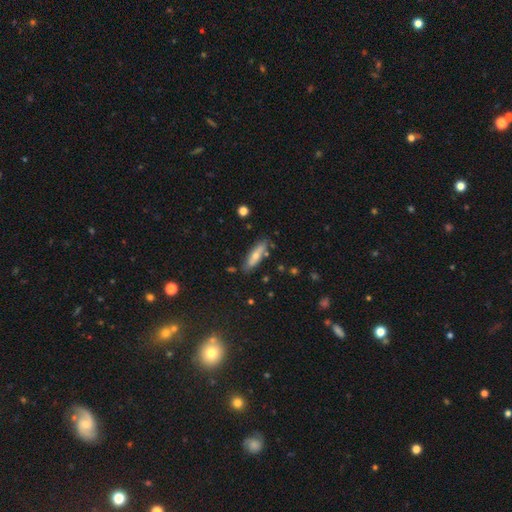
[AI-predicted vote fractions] The model was most divided on "how rounded": cigar-shaped: 57%, in between: 40%, round: 2%. More confident: merging — none (78%); smooth or featured — smooth (56%).